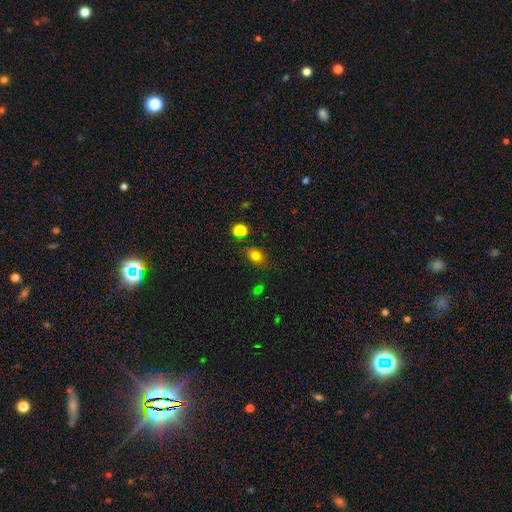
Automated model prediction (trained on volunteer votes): This is likely a smooth galaxy (78%). How rounded: possibly in between (58%). Merging: likely none (79%).